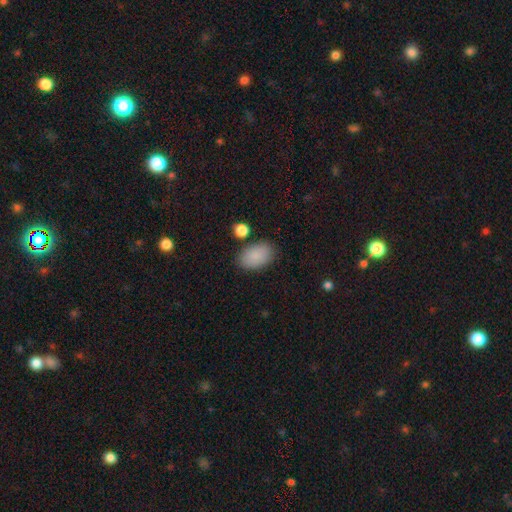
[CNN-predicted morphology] smooth-or-featured: smooth: 88% | star or artifact: 7% | featured or disk: 5%
  how-rounded: in between: 92% | round: 7% | cigar-shaped: 1%
  merging: none: 81% | minor disturbance: 12% | merger: 4% | major disturbance: 3%